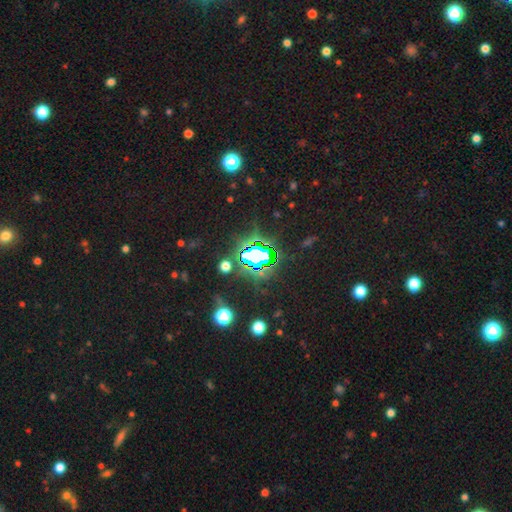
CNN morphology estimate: smooth_or_featured: star or artifact (p=0.77) [alt: smooth p=0.14]